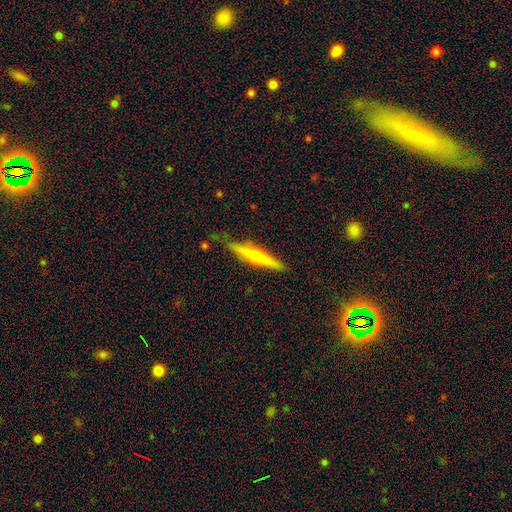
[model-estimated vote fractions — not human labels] Smooth or featured: featured or disk — 56% (smooth — 38%)
Edge-on disk: yes — 96% (no — 4%)
Edge-on bulge: rounded — 83% (none — 12%)
Merging: none — 81% (minor disturbance — 14%)